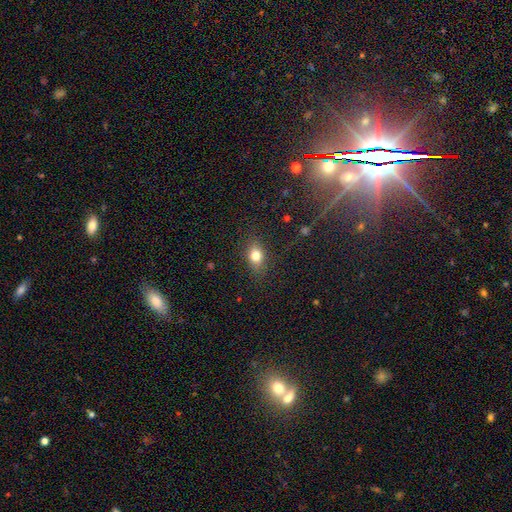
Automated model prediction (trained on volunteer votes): Overall: smooth (78%). How rounded: in between (70%). Merging: none (83%).